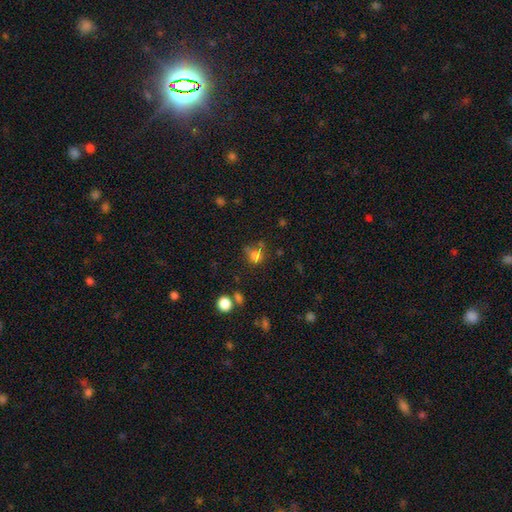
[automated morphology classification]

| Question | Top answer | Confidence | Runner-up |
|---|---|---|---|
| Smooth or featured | smooth | 72% | star or artifact (18%) |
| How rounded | round | 72% | in between (27%) |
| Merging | none | 50% | merger (22%) |